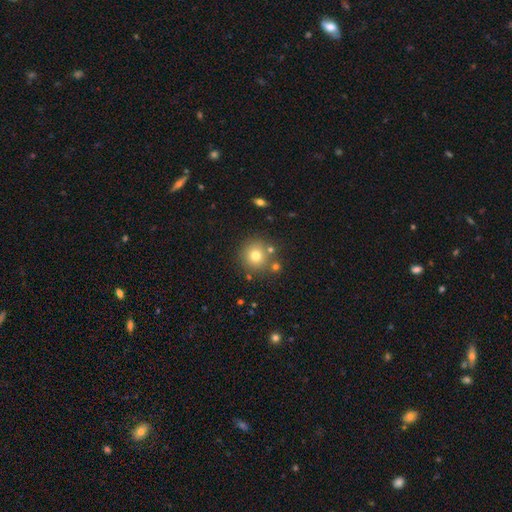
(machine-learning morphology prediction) This is likely a smooth galaxy (74%). How rounded: clearly round (93%). Merging: likely none (79%).